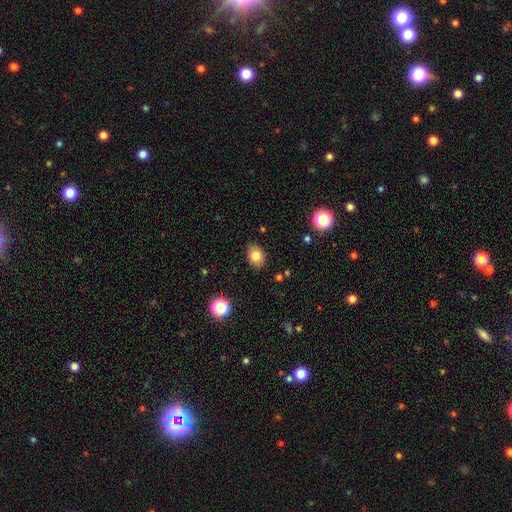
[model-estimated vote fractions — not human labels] The model was most divided on "how rounded": in between: 68%, round: 31%, cigar-shaped: 1%. More confident: merging — none (86%); smooth or featured — smooth (80%).